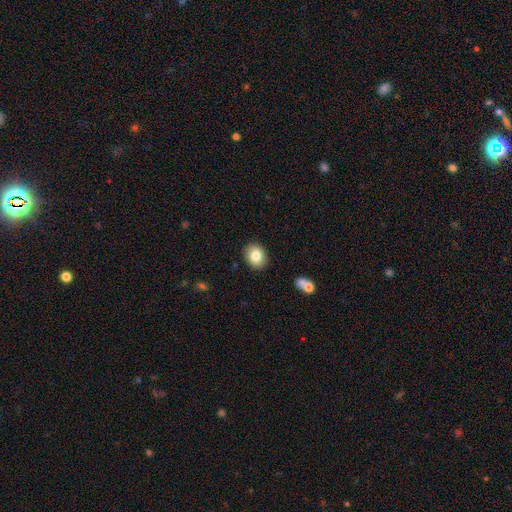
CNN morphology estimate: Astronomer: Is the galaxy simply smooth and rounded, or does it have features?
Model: smooth — 81%.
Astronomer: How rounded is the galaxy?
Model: round — 51% (runner-up: in between, 48%).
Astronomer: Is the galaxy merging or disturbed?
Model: none — 88%.